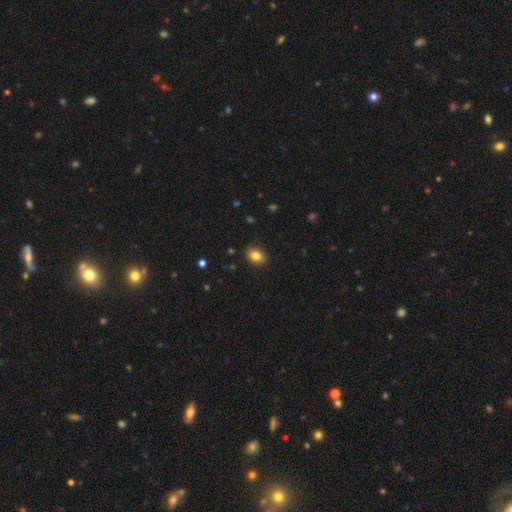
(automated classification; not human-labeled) Q: Smooth or featured?
A: smooth (84%); runner-up: star or artifact (9%)
Q: How rounded?
A: in between (65%); runner-up: round (34%)
Q: Merging?
A: none (89%); runner-up: minor disturbance (8%)